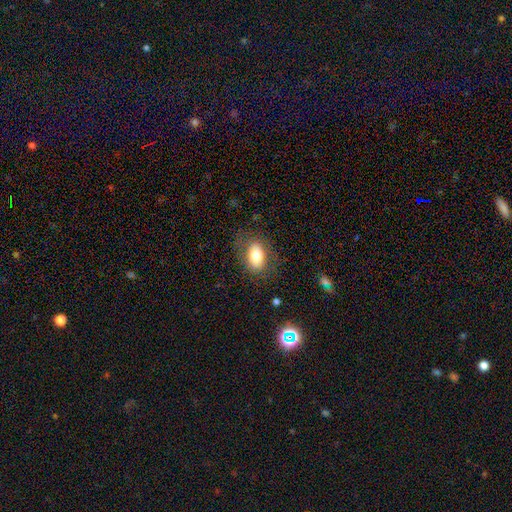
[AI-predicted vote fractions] Morphology: type=smooth (75%); roundness=in between (87%); merging=none (77%).